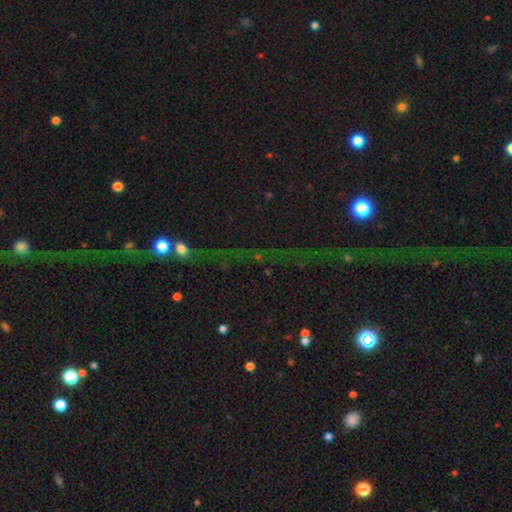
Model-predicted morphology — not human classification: smooth-or-featured: star or artifact: 77% | smooth: 12% | featured or disk: 11%